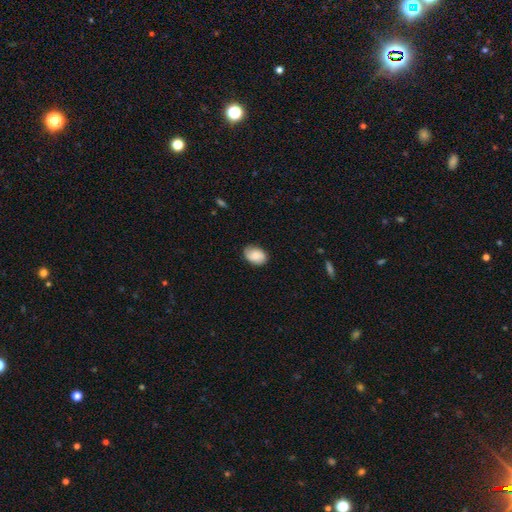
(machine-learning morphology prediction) This is likely a smooth galaxy (78%). How rounded: clearly in between (81%). Merging: likely none (77%).